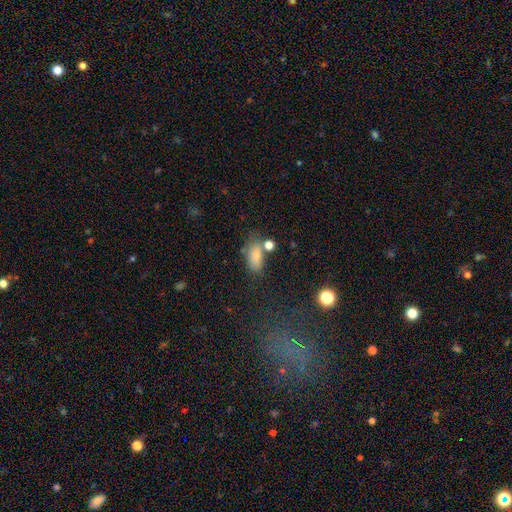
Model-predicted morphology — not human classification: Smooth or featured? Predicted: smooth (p=0.79). How rounded? Predicted: in between (p=0.87). Merging? Predicted: none (p=0.53).